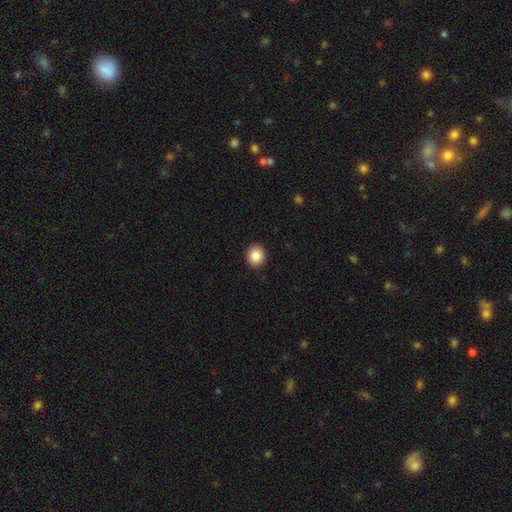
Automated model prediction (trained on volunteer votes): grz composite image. It shows a smooth galaxy with no disk features (87%) that is round (79%). Merging: none (92%).